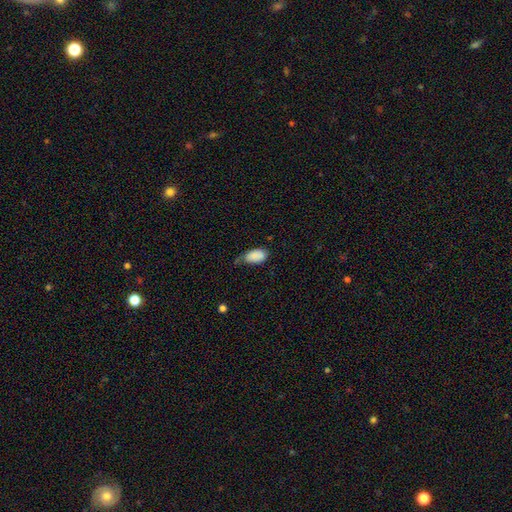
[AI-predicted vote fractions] This appears to be a smooth galaxy with no disk features (87%) that is in between round and cigar-shaped (94%). Merging: minor disturbance (41%).